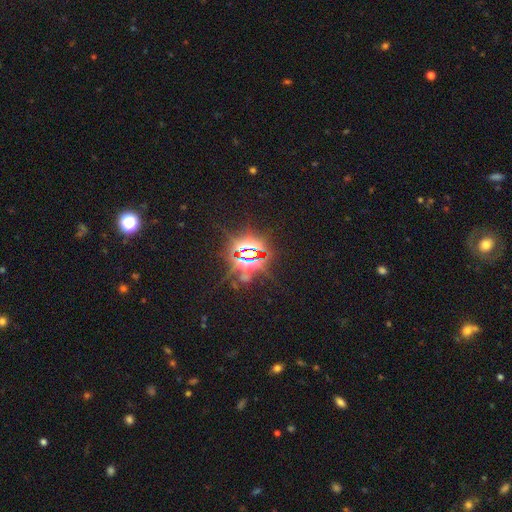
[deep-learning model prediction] Smooth or featured?
  - star or artifact: 84% *
  - featured or disk: 8%
  - smooth: 8%